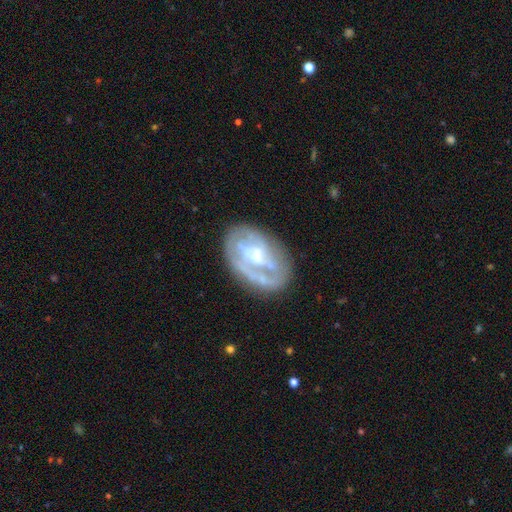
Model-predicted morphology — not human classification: The model was most divided on "bulge size": moderate: 41%, small: 36%, none: 14%, large: 7%, dominant: 2%. More confident: edge-on disk — no (96%); smooth or featured — featured or disk (70%); merging — none (59%); spiral arms — yes (56%); bar — no (53%).